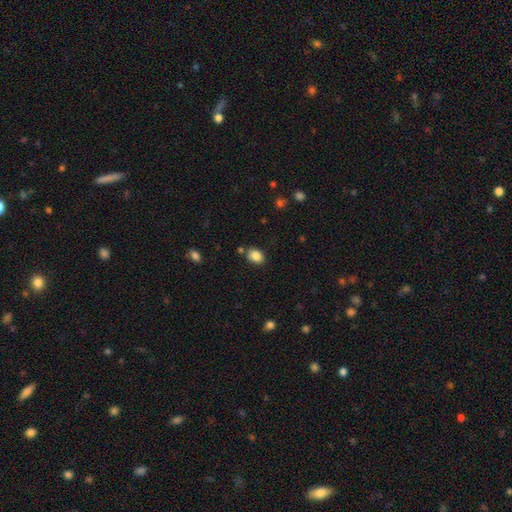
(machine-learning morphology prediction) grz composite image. It shows a smooth galaxy with no disk features (86%) that is in between round and cigar-shaped (69%). Merging: none (79%).